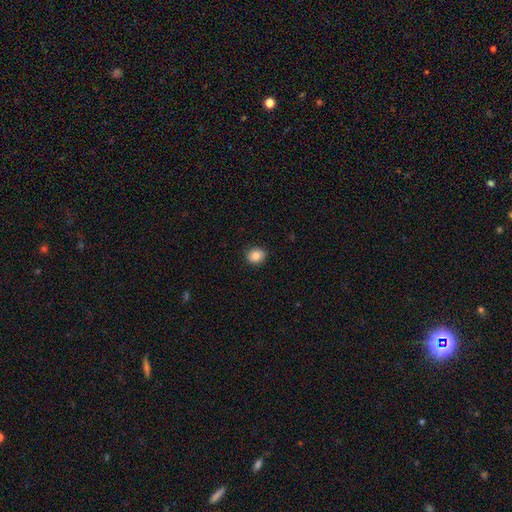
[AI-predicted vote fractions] Q: Smooth or featured?
A: smooth (87%); runner-up: star or artifact (9%)
Q: How rounded?
A: round (69%); runner-up: in between (30%)
Q: Merging?
A: none (88%); runner-up: minor disturbance (9%)